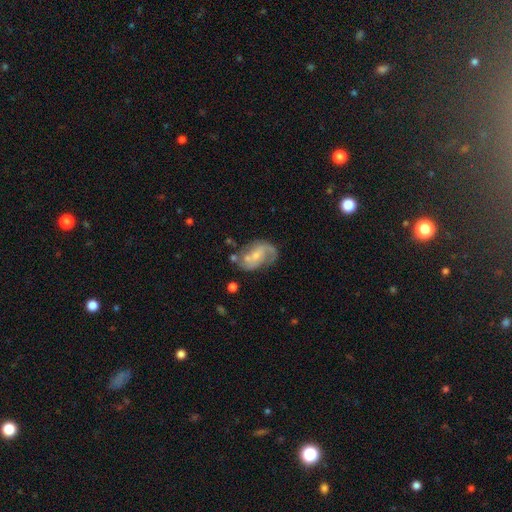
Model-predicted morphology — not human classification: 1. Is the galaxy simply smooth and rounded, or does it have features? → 73% featured or disk, 20% smooth, 6% star or artifact.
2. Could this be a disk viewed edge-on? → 97% no, 3% yes.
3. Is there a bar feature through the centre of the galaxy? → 51% no, 38% weak, 11% strong.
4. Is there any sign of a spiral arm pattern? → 88% yes, 12% no.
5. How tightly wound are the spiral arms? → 43% medium, 37% loose, 20% tight.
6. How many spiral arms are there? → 67% 2, 18% 1, 10% can't tell, 2% 3, 1% 4, 1% more than 4.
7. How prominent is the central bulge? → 57% small, 35% moderate, 5% none, 2% large, 1% dominant.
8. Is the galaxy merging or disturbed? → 50% none, 24% minor disturbance, 16% major disturbance, 9% merger.